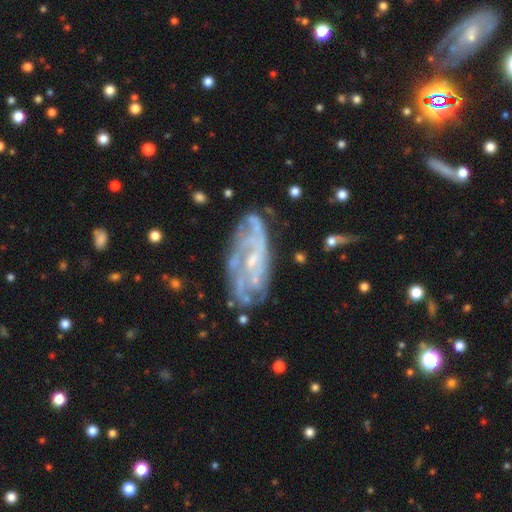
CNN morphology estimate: A featured or disk galaxy (79%) with no bar (58%), tight (57%) spiral arms (93%) and a small central bulge (73%). Merging: none (75%).